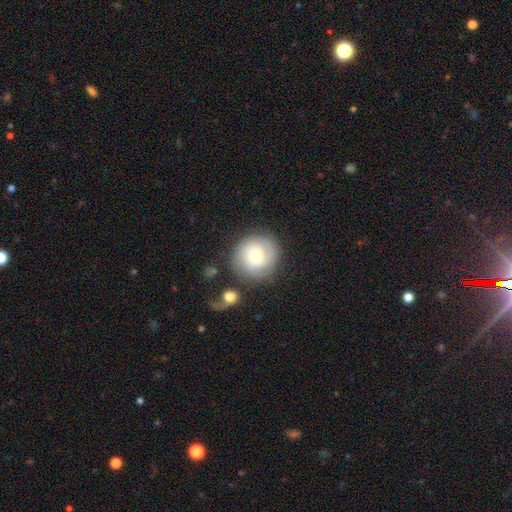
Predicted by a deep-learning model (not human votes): smooth-or-featured: featured or disk: 48% | smooth: 45% | star or artifact: 8%
  merging: none: 76% | minor disturbance: 13% | major disturbance: 6% | merger: 6%